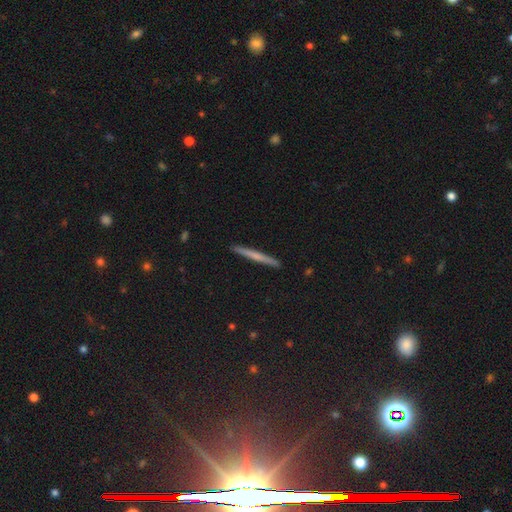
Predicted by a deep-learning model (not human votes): Smooth or featured? smooth (52%)
How rounded? cigar-shaped (97%)
Merging? none (93%)